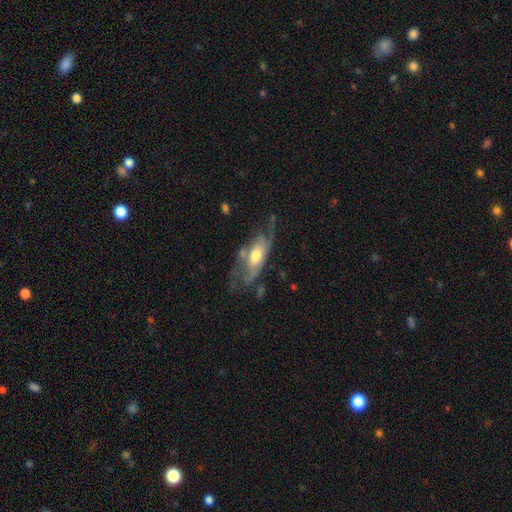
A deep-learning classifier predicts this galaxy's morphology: smooth-or-featured: featured or disk: 64% | smooth: 30% | star or artifact: 6%
  disk-edge-on: no: 83% | yes: 17%
    bar: no: 70% | weak: 23% | strong: 6%
    has-spiral-arms: yes: 75% | no: 25%
    bulge-size: moderate: 66% | large: 20% | small: 11% | dominant: 2% | none: 2%
  merging: none: 46% | minor disturbance: 26% | major disturbance: 23% | merger: 6%